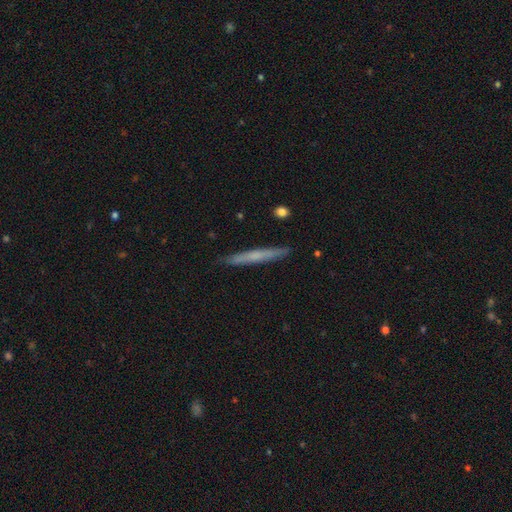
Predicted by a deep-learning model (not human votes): The model was most divided on "smooth or featured": smooth: 52%, featured or disk: 42%, star or artifact: 6%. More confident: how rounded — cigar-shaped (96%); merging — none (90%).